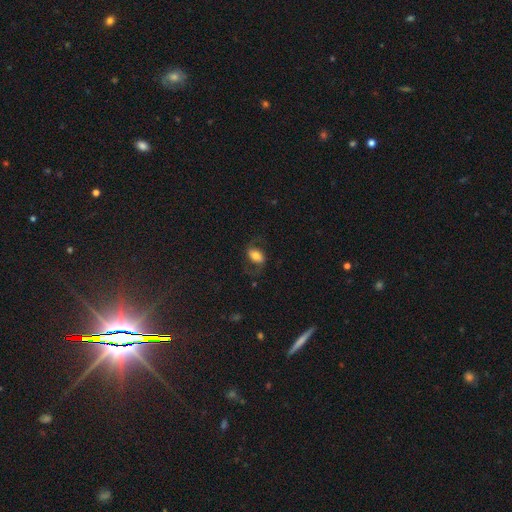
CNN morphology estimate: Smooth or featured?
  - smooth: 49% *
  - featured or disk: 42%
  - star or artifact: 10%
Merging?
  - none: 65% *
  - minor disturbance: 17%
  - major disturbance: 17%
  - merger: 2%